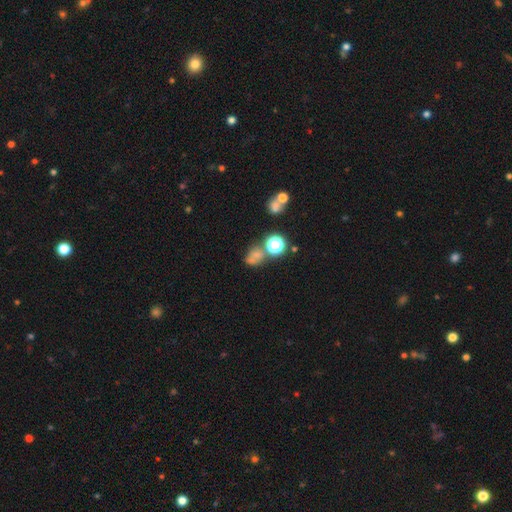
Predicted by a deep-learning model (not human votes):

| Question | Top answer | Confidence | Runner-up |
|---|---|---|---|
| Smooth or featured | smooth | 55% | star or artifact (27%) |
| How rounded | round | 54% | in between (44%) |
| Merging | none | 41% | merger (31%) |